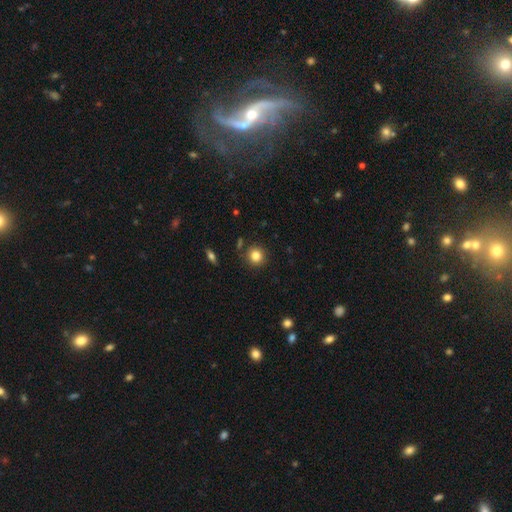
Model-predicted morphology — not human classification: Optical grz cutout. It shows a smooth galaxy with no disk features (83%) that is round (92%). Merging: none (87%).